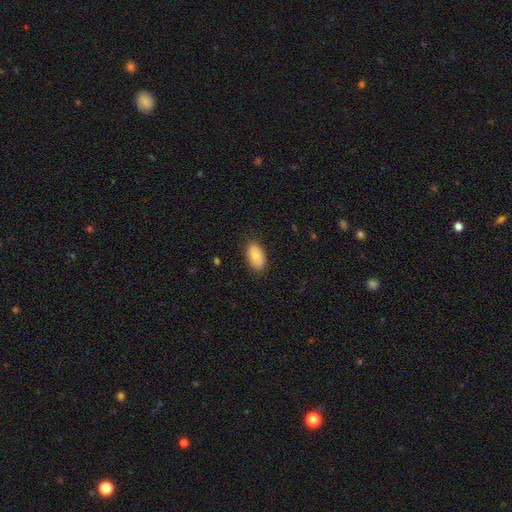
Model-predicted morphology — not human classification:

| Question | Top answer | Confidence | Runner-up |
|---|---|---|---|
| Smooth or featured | smooth | 83% | featured or disk (10%) |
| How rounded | in between | 93% | round (5%) |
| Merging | none | 85% | minor disturbance (12%) |